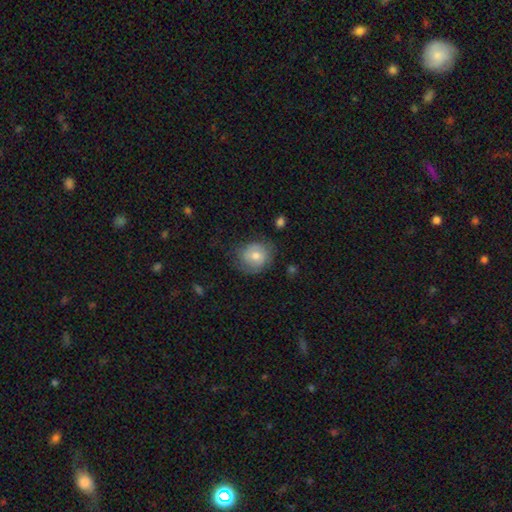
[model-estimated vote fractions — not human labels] This appears to be a smooth galaxy with no disk features (55%) that is round (75%). Merging: none (66%).